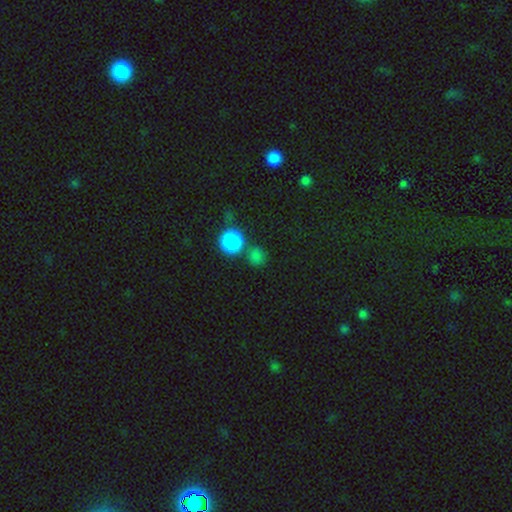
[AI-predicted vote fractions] Overall: smooth (79%). How rounded: round (85%). Merging: none (62%; merger 23%).